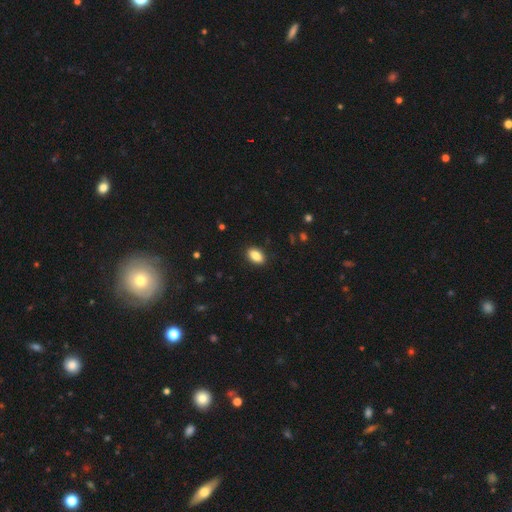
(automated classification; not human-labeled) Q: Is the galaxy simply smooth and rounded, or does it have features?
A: smooth — 88%.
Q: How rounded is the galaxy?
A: in between — 91%.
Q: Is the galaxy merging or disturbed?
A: none — 89%.